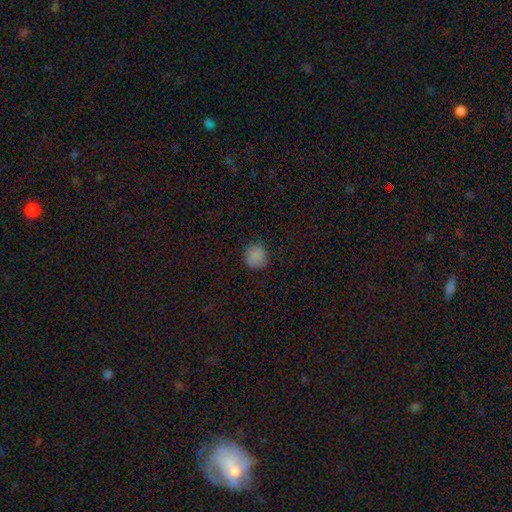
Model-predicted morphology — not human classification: The model was most divided on "merging": none: 82%, minor disturbance: 13%, major disturbance: 3%, merger: 1%. More confident: how rounded — round (87%); smooth or featured — smooth (83%).